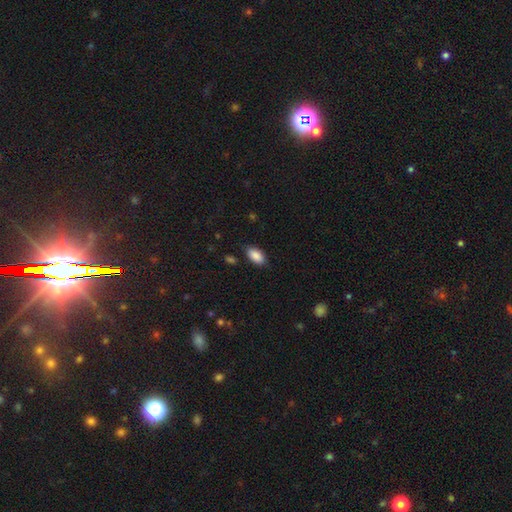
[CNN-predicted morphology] smooth 89%, star or artifact 7%, featured or disk 4%. Down the decision tree: how rounded — in between (94%); merging — none (85%).